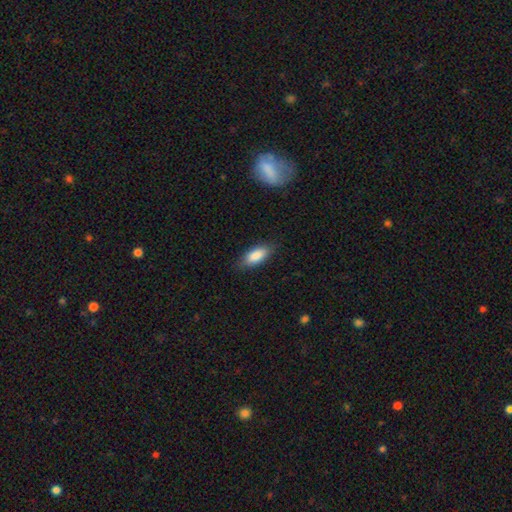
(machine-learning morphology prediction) Overall: smooth (86%). How rounded: in between (83%). Merging: none (83%).